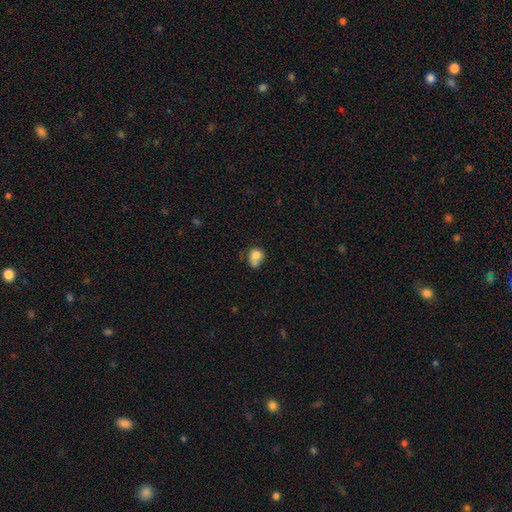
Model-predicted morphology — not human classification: Overall: smooth (79%). How rounded: round (57%; in between 42%). Merging: none (37%; minor disturbance 31%).